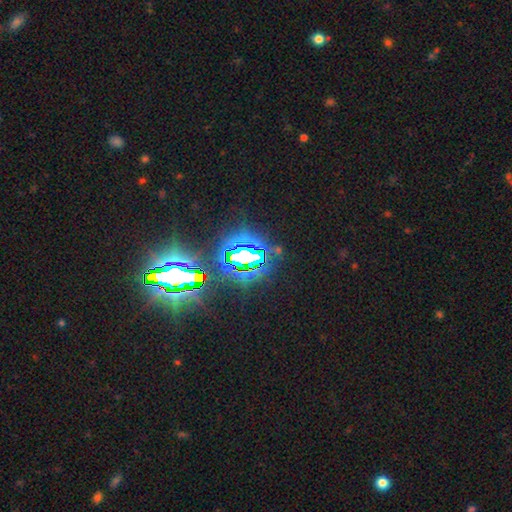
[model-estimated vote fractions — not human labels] smooth_or_featured: star or artifact (p=0.83) [alt: smooth p=0.09]